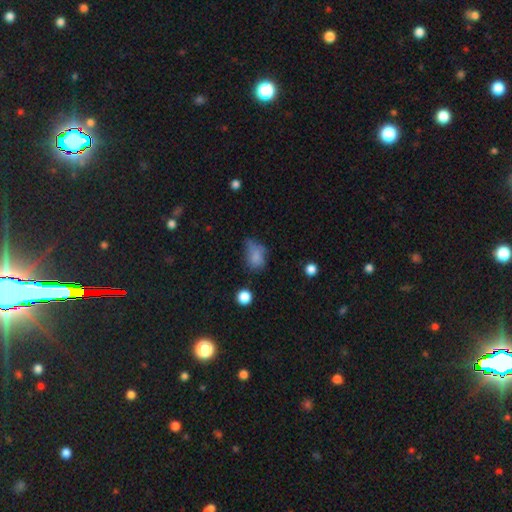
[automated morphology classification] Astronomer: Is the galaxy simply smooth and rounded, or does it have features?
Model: smooth — 74%.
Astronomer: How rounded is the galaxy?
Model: in between — 71%.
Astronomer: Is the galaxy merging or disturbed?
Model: minor disturbance — 37% (runner-up: none, 36%).